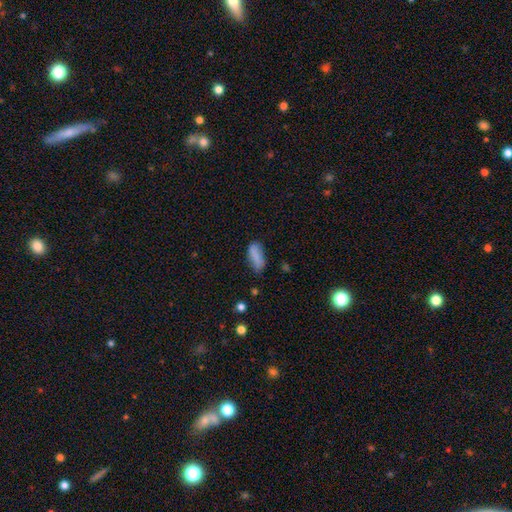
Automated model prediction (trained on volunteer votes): Smooth or featured? Predicted: smooth (p=0.82). How rounded? Predicted: in between (p=0.76). Merging? Predicted: none (p=0.61).